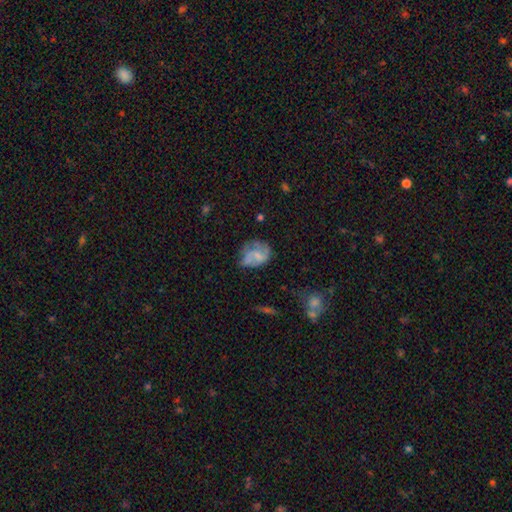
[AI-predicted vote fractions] Smooth or featured: featured or disk — 53% (smooth — 38%)
Edge-on disk: no — 97% (yes — 3%)
Bar: no — 53% (weak — 38%)
Spiral arms: yes — 74% (no — 26%)
Bulge size: none — 38% (tied with small — 38%)
Merging: none — 44% (minor disturbance — 30%)